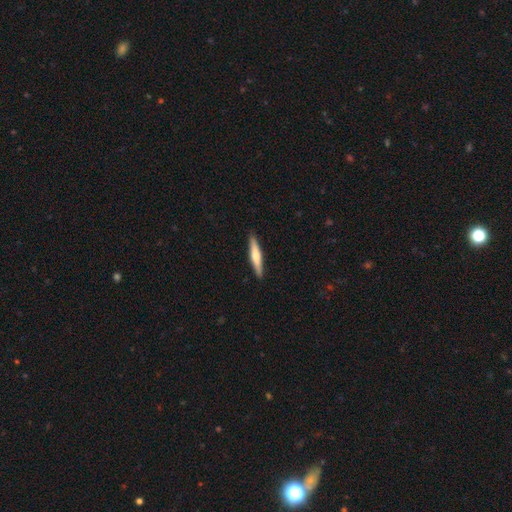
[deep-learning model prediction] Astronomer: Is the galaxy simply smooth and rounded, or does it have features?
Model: smooth — 53% (runner-up: featured or disk, 42%).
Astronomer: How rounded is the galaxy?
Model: cigar-shaped — 90%.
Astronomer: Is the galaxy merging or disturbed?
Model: none — 91%.